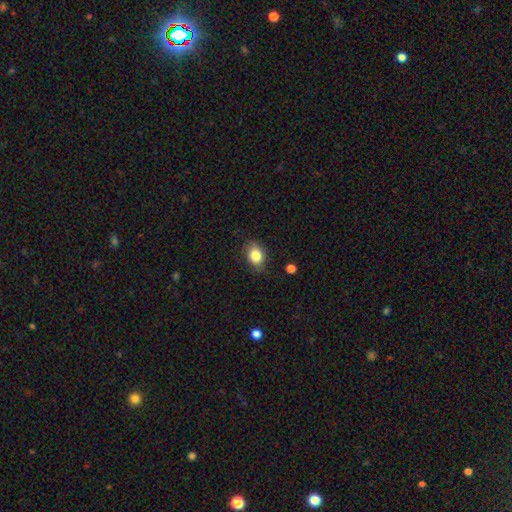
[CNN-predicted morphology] Q: Smooth or featured?
A: smooth (82%); runner-up: star or artifact (9%)
Q: How rounded?
A: in between (61%); runner-up: round (38%)
Q: Merging?
A: none (78%); runner-up: minor disturbance (16%)